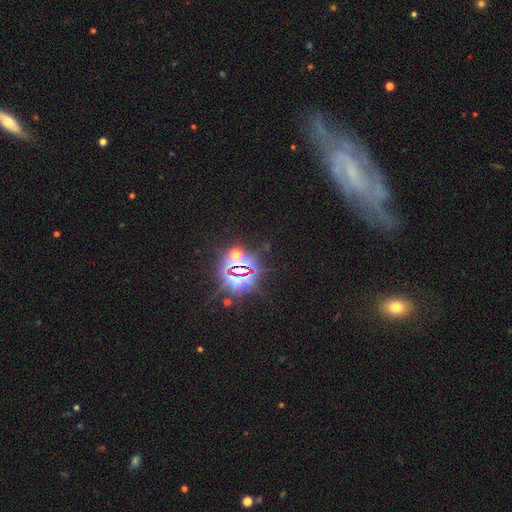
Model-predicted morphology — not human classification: This appears to be a star or artifact, not a galaxy (42%).